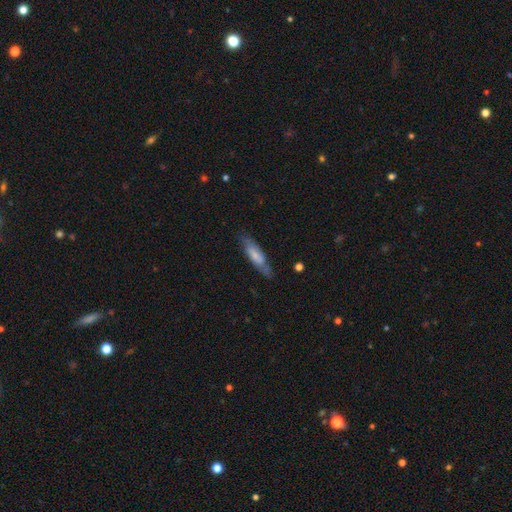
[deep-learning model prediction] Q: Smooth or featured?
A: smooth (55%); runner-up: featured or disk (39%)
Q: How rounded?
A: cigar-shaped (62%); runner-up: in between (37%)
Q: Merging?
A: none (70%); runner-up: minor disturbance (21%)